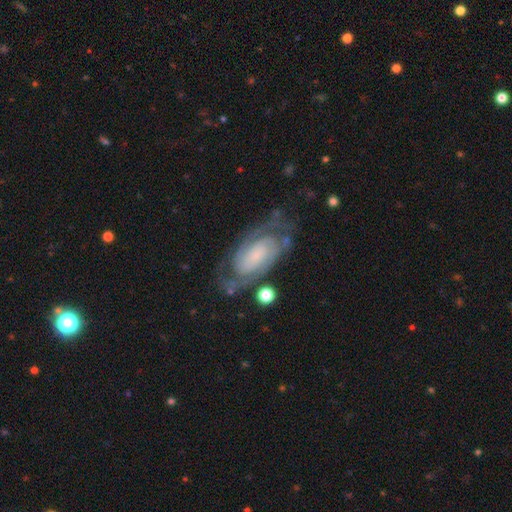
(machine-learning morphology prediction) Smooth or featured?
  - featured or disk: 84% *
  - smooth: 10%
  - star or artifact: 6%
Edge-on disk?
  - no: 96% *
  - yes: 4%
Bar?
  - no: 58% *
  - weak: 31%
  - strong: 11%
Spiral arms?
  - yes: 96% *
  - no: 4%
Spiral winding?
  - tight: 54% *
  - medium: 37%
  - loose: 9%
Spiral arm count?
  - 2: 77% *
  - can't tell: 11%
  - 3: 6%
  - 1: 3%
  - 4: 2%
  - more than 4: 2%
Bulge size?
  - small: 47% *
  - none: 25%
  - moderate: 15%
  - large: 9%
  - dominant: 3%
Merging?
  - none: 69% *
  - minor disturbance: 18%
  - major disturbance: 10%
  - merger: 3%